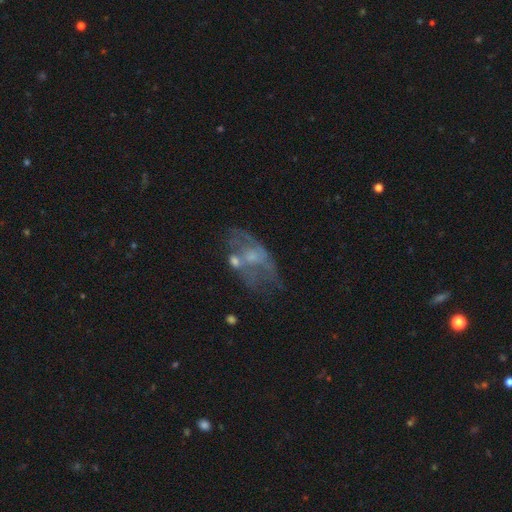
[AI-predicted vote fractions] Smooth or featured?
  - featured or disk: 64% *
  - smooth: 25%
  - star or artifact: 12%
Edge-on disk?
  - no: 95% *
  - yes: 5%
Bar?
  - no: 78% *
  - weak: 18%
  - strong: 3%
Spiral arms?
  - no: 59% *
  - yes: 41%
Bulge size?
  - small: 44% *
  - moderate: 27%
  - none: 25%
  - large: 3%
  - dominant: 1%
Merging?
  - none: 33% *
  - major disturbance: 29%
  - minor disturbance: 21%
  - merger: 17%